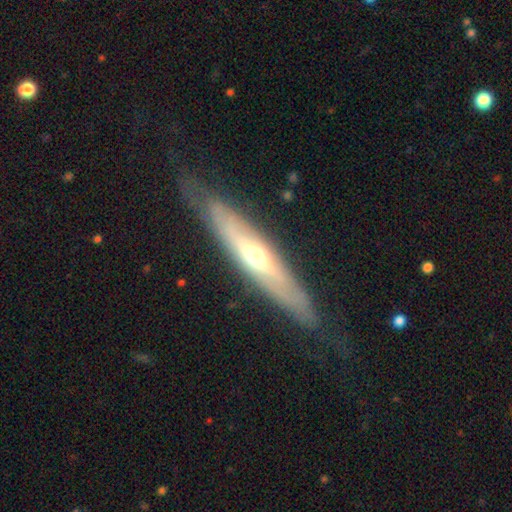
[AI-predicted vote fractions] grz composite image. It shows a featured or disk galaxy (70%) viewed edge-on (66%). Merging: none (74%).